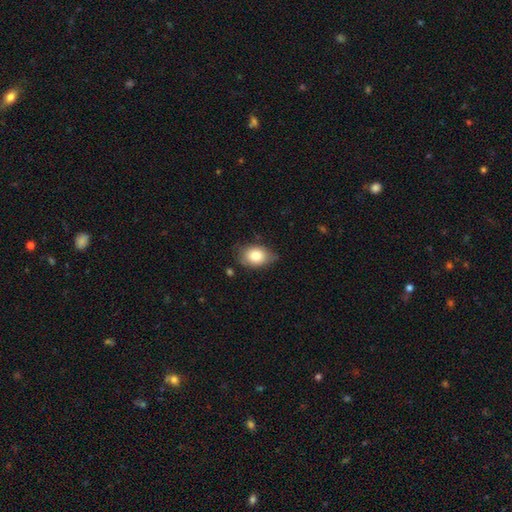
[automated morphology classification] Overall: smooth (81%). How rounded: in between (75%). Merging: none (66%; minor disturbance 27%).